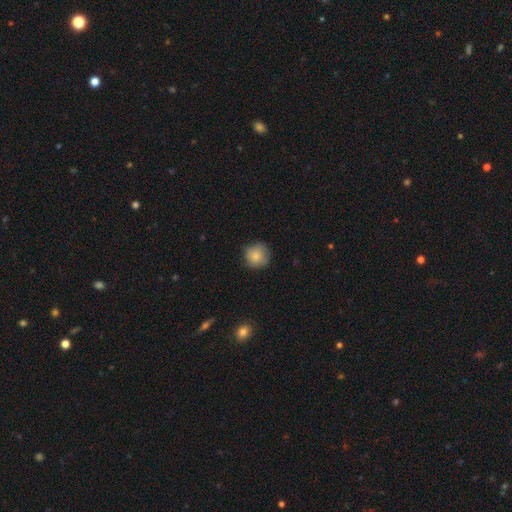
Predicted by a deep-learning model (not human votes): Smooth or featured: smooth — 85% (star or artifact — 8%)
How rounded: round — 91% (in between — 8%)
Merging: none — 79% (minor disturbance — 16%)